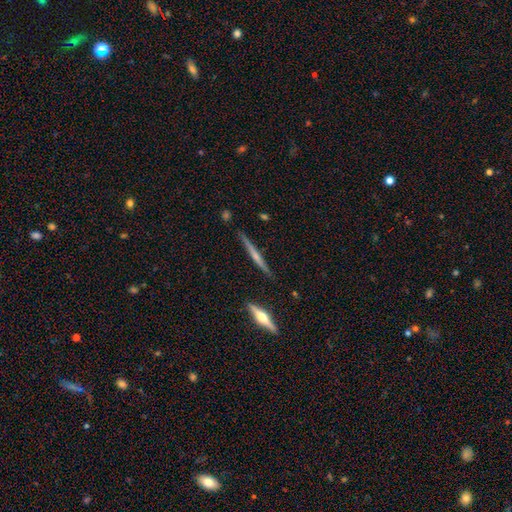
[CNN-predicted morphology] Overall: featured or disk (62%; smooth 32%). Edge-on disk: yes (98%). Edge-on bulge: rounded (53%; none 36%). Merging: none (85%).